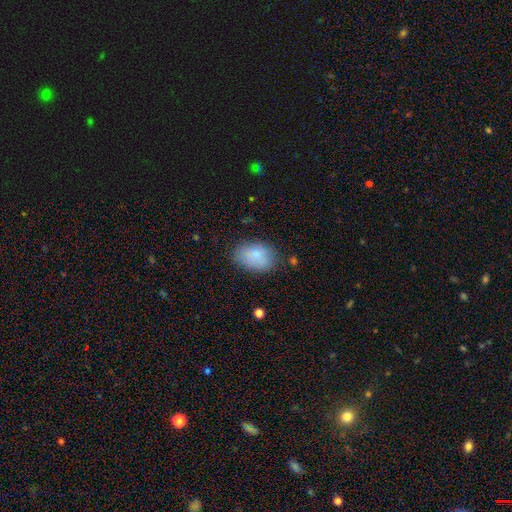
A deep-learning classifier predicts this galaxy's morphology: Smooth or featured: smooth — 83% (featured or disk — 10%)
How rounded: in between — 85% (round — 13%)
Merging: none — 75% (minor disturbance — 18%)